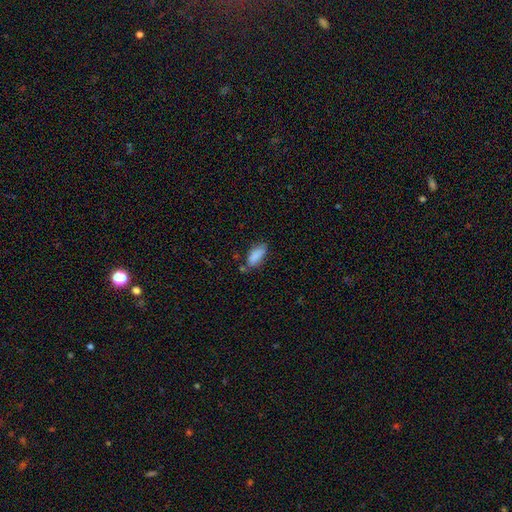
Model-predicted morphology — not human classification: Smooth or featured?
  - smooth: 86% *
  - star or artifact: 7%
  - featured or disk: 6%
How rounded?
  - in between: 83% *
  - cigar-shaped: 15%
  - round: 2%
Merging?
  - none: 61% *
  - minor disturbance: 25%
  - merger: 8%
  - major disturbance: 6%